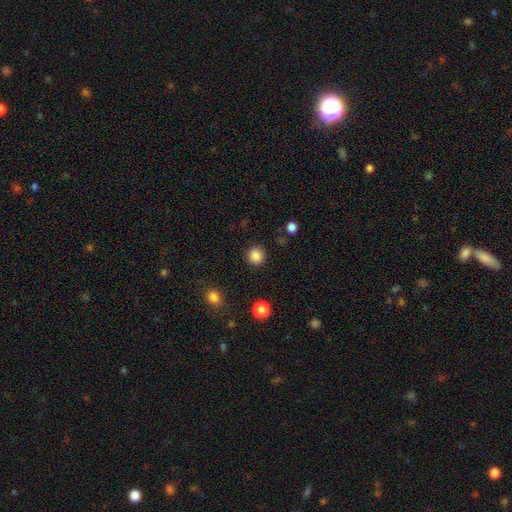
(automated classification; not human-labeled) Smooth or featured? smooth (86%)
How rounded? round (92%)
Merging? none (91%)